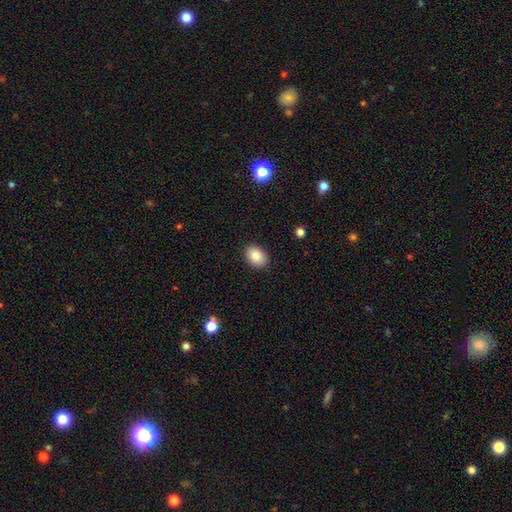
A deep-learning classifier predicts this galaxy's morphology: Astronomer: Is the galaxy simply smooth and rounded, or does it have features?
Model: smooth — 87%.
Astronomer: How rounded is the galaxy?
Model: in between — 74%.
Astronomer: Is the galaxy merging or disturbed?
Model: none — 89%.